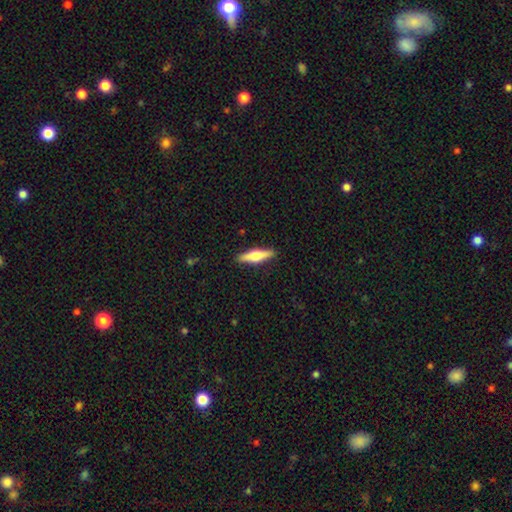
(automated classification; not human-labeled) Q: Smooth or featured?
A: featured or disk (49%); runner-up: smooth (46%)
Q: Merging?
A: none (91%); runner-up: minor disturbance (7%)